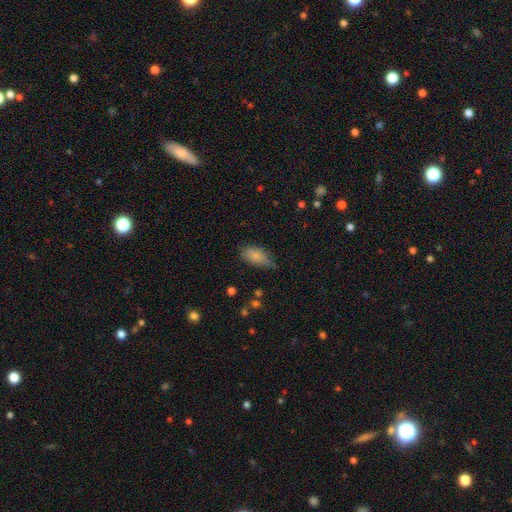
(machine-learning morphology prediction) Smooth or featured?
  - smooth: 82% *
  - featured or disk: 10%
  - star or artifact: 8%
How rounded?
  - in between: 88% *
  - cigar-shaped: 8%
  - round: 3%
Merging?
  - none: 50% *
  - minor disturbance: 38%
  - major disturbance: 9%
  - merger: 2%